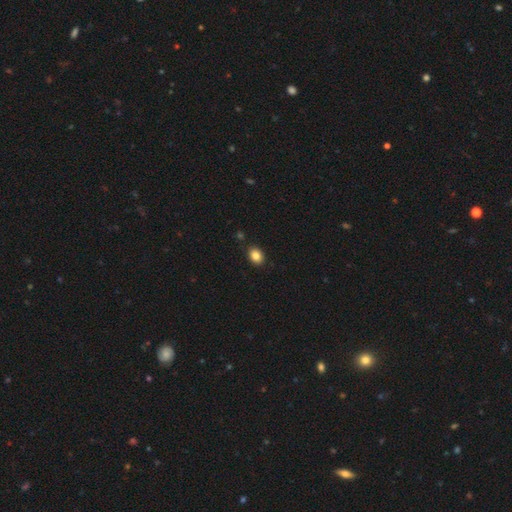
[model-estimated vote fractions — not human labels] smooth_or_featured: smooth (p=0.86) [alt: star or artifact p=0.09]
how_rounded: in between (p=0.60) [alt: round p=0.39]
merging: none (p=0.88) [alt: minor disturbance p=0.08]